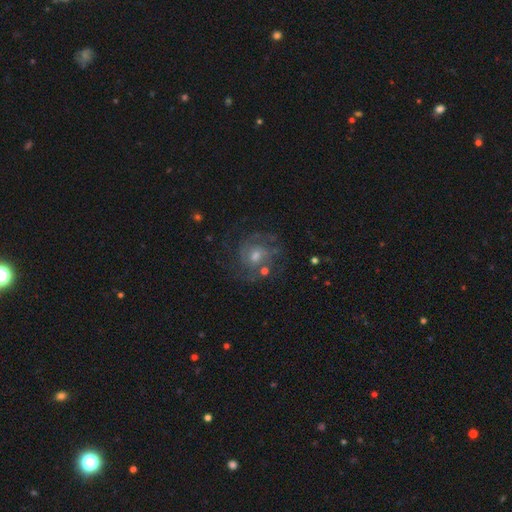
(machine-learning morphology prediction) A featured or disk galaxy (75%) with no bar (64%), 2 (36%) tight (49%) spiral arms (91%) and a moderate central bulge (56%). Merging: none (71%).